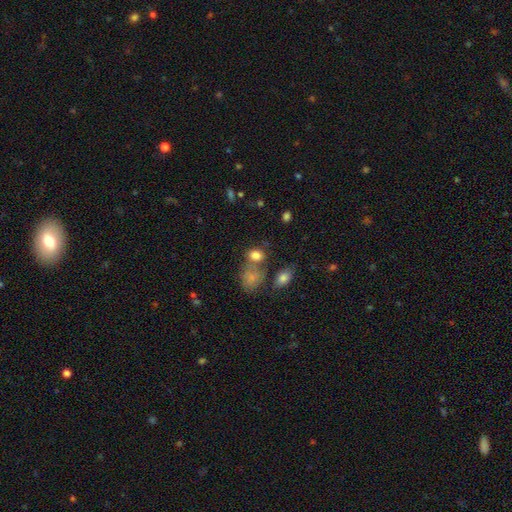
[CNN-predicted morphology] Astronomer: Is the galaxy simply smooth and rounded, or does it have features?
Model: smooth — 81%.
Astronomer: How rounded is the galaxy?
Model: in between — 54% (runner-up: round, 44%).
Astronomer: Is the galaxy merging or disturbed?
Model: none — 50% (runner-up: merger, 29%).